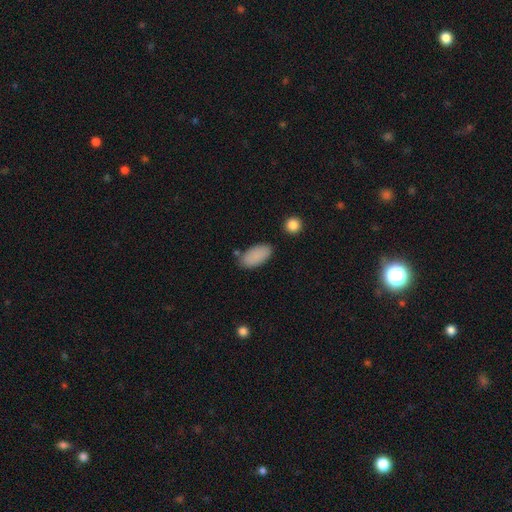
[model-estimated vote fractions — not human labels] smooth 88%, star or artifact 7%, featured or disk 5%. Down the decision tree: how rounded — in between (93%); merging — none (75%).